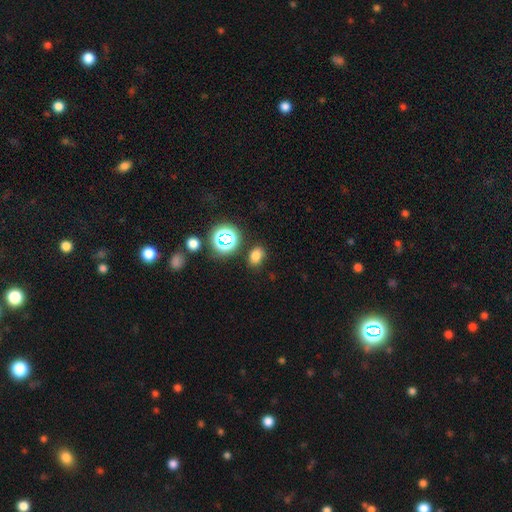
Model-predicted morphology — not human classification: Q: Smooth or featured?
A: smooth (74%); runner-up: star or artifact (20%)
Q: How rounded?
A: in between (67%); runner-up: round (32%)
Q: Merging?
A: none (82%); runner-up: minor disturbance (11%)